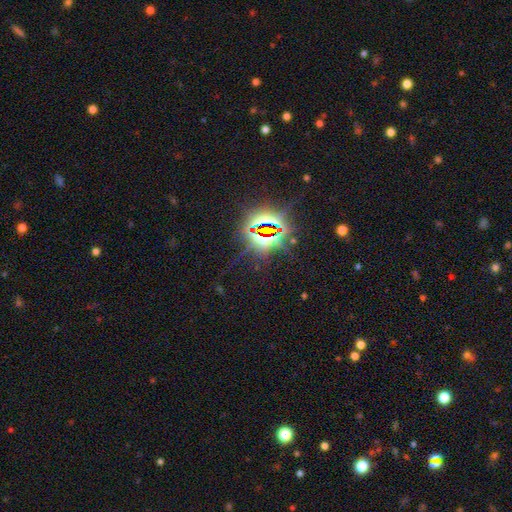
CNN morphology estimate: Overall: star or artifact (84%).